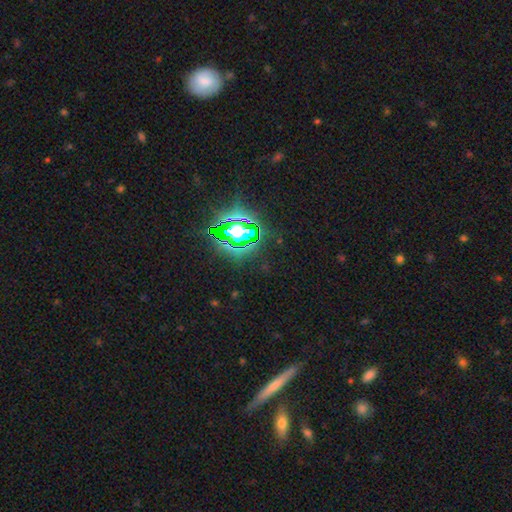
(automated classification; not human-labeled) smooth_or_featured: star or artifact (p=0.76) [alt: smooth p=0.13]